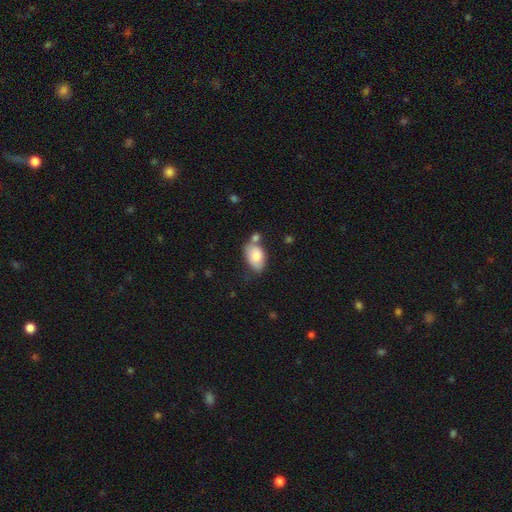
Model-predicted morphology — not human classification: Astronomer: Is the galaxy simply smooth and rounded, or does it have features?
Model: smooth — 79%.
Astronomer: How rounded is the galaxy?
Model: in between — 90%.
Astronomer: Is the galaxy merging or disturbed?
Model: none — 51%.